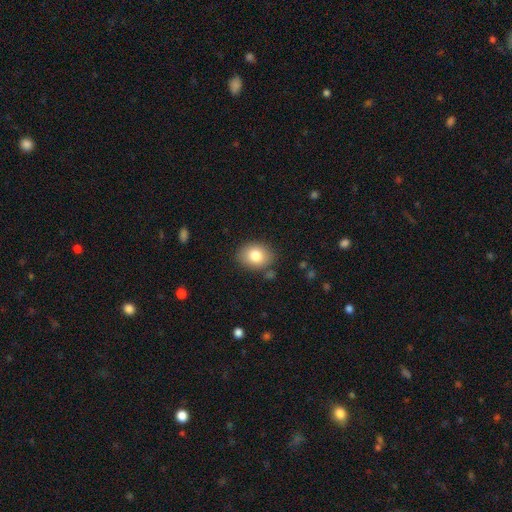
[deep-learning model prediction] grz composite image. It shows a smooth galaxy with no disk features (81%) that is in between round and cigar-shaped (57%). Merging: none (83%).